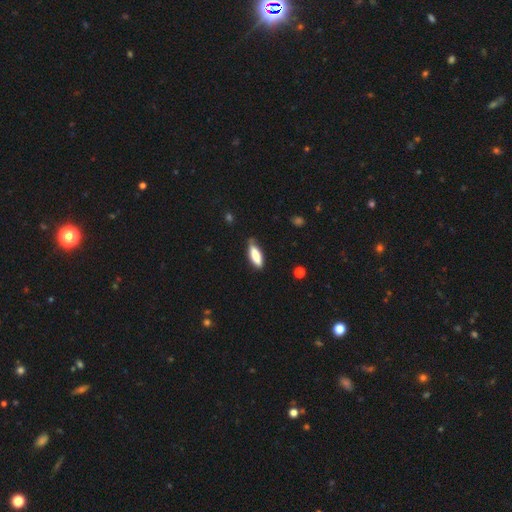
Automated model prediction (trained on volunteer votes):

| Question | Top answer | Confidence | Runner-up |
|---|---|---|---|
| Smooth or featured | smooth | 78% | featured or disk (16%) |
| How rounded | in between | 55% | cigar-shaped (44%) |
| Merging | none | 74% | minor disturbance (21%) |